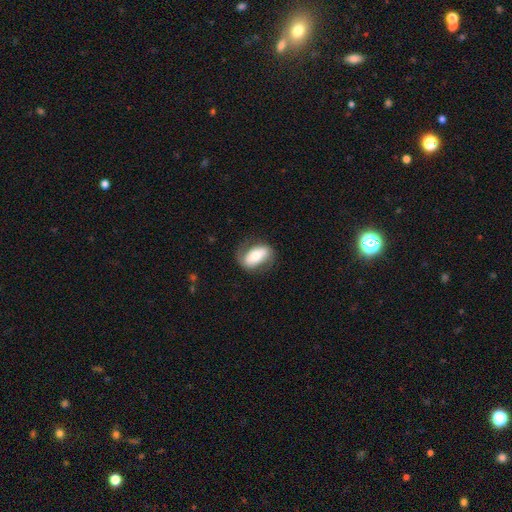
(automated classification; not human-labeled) A smooth galaxy with no disk features (49%). Merging: none (67%).